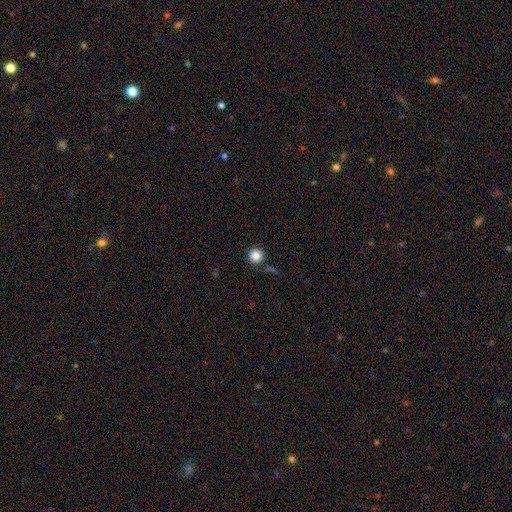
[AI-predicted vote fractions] Q: Smooth or featured?
A: smooth (85%); runner-up: star or artifact (11%)
Q: How rounded?
A: round (96%); runner-up: in between (3%)
Q: Merging?
A: none (87%); runner-up: minor disturbance (7%)